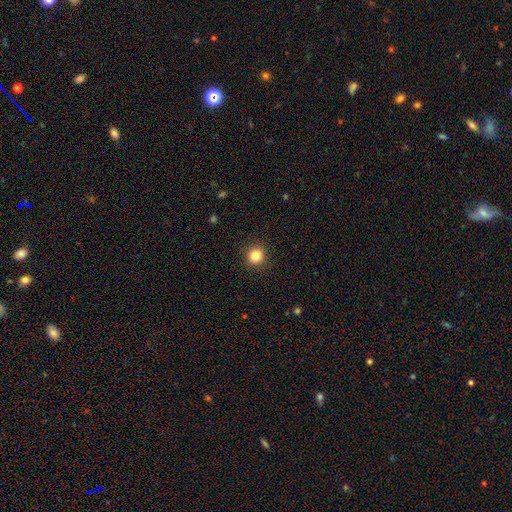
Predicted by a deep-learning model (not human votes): Smooth or featured?
  - smooth: 84% *
  - star or artifact: 11%
  - featured or disk: 5%
How rounded?
  - round: 94% *
  - in between: 5%
  - cigar-shaped: 1%
Merging?
  - none: 92% *
  - minor disturbance: 6%
  - major disturbance: 2%
  - merger: 1%